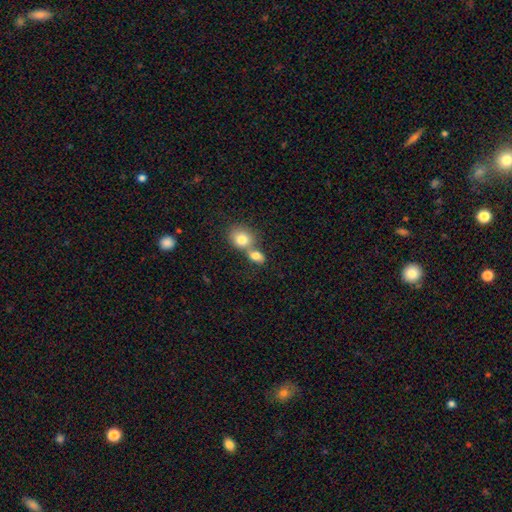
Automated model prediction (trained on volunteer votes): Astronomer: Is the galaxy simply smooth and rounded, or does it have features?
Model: smooth — 80%.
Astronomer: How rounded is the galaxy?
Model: in between — 52% (runner-up: round, 46%).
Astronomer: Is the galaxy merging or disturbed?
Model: merger — 61%.